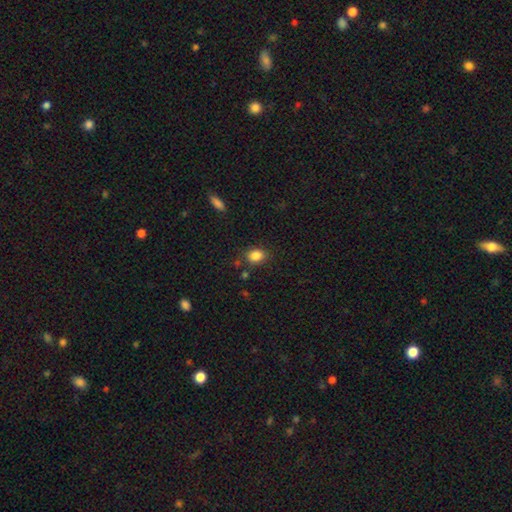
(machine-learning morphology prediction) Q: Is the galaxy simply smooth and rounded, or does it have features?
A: smooth — 85%.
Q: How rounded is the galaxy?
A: in between — 61%.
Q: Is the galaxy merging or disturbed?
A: none — 77%.